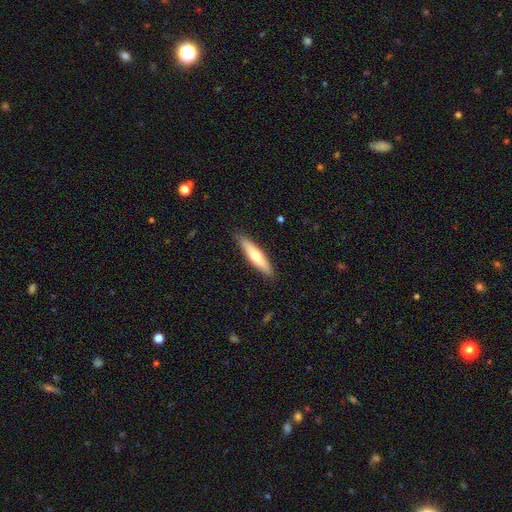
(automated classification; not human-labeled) Overall: smooth (58%; featured or disk 37%). How rounded: cigar-shaped (78%). Merging: none (88%).